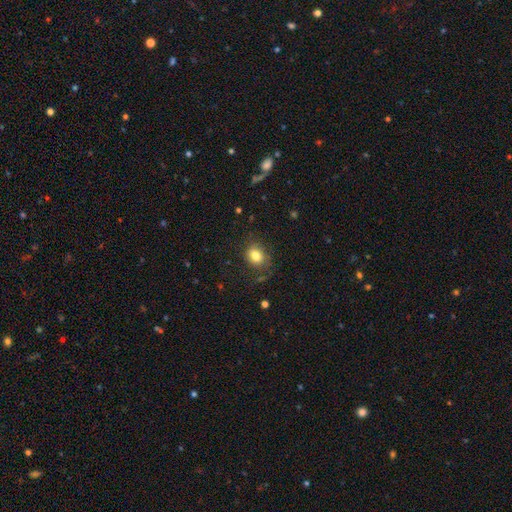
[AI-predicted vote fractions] This appears to be a smooth galaxy with no disk features (81%) that is in between round and cigar-shaped (51%). Merging: none (76%).